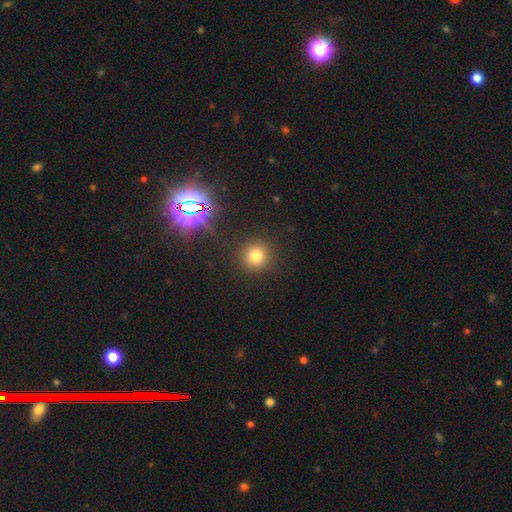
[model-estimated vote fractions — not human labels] smooth 75%, star or artifact 18%, featured or disk 7%. Down the decision tree: how rounded — round (93%); merging — none (89%).